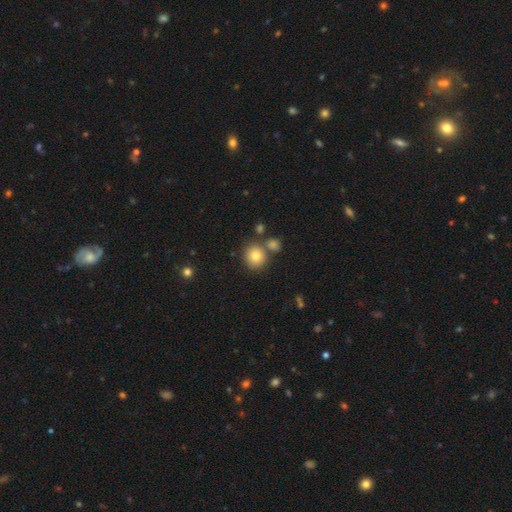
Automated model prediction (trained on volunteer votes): This is clearly a smooth galaxy (80%). How rounded: clearly round (83%). Merging: likely none (72%).